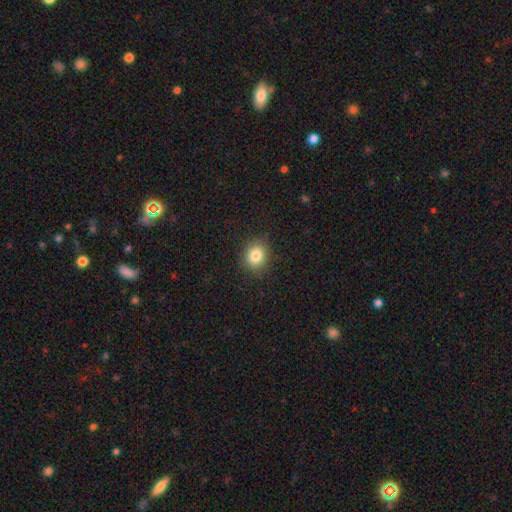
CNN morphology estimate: Smooth or featured?
  - smooth: 83% *
  - star or artifact: 11%
  - featured or disk: 6%
How rounded?
  - round: 66% *
  - in between: 33%
  - cigar-shaped: 1%
Merging?
  - none: 88% *
  - minor disturbance: 9%
  - major disturbance: 3%
  - merger: 1%